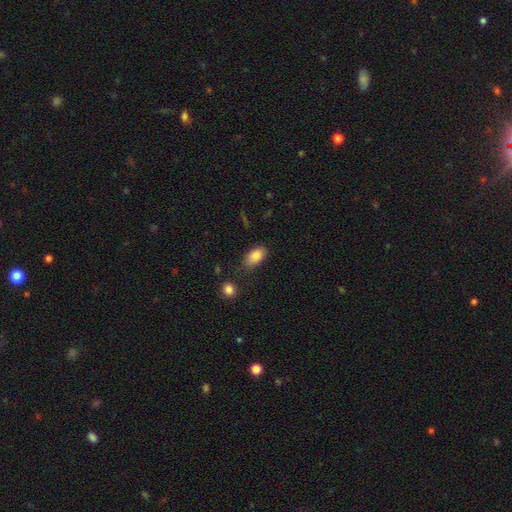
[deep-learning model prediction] Smooth or featured? smooth (86%)
How rounded? in between (91%)
Merging? none (69%)